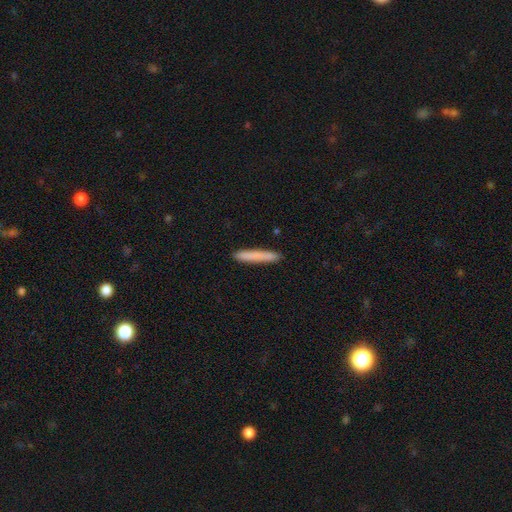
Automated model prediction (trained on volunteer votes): Smooth or featured: smooth — 80% (featured or disk — 14%)
How rounded: cigar-shaped — 96% (in between — 3%)
Merging: none — 91% (minor disturbance — 7%)